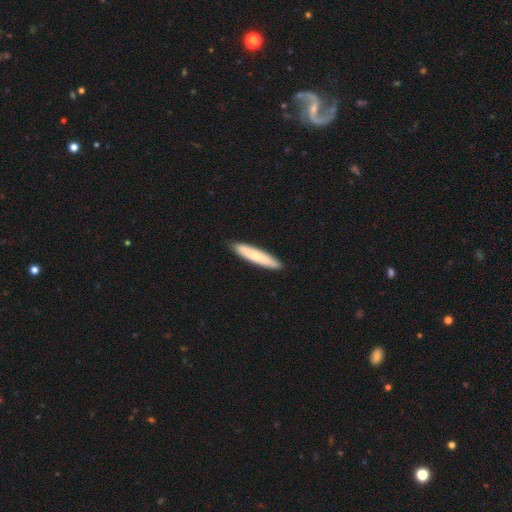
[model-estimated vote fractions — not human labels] Smooth or featured?
  - smooth: 70% *
  - featured or disk: 25%
  - star or artifact: 5%
How rounded?
  - cigar-shaped: 89% *
  - in between: 10%
  - round: 1%
Merging?
  - none: 90% *
  - minor disturbance: 8%
  - major disturbance: 1%
  - merger: 1%